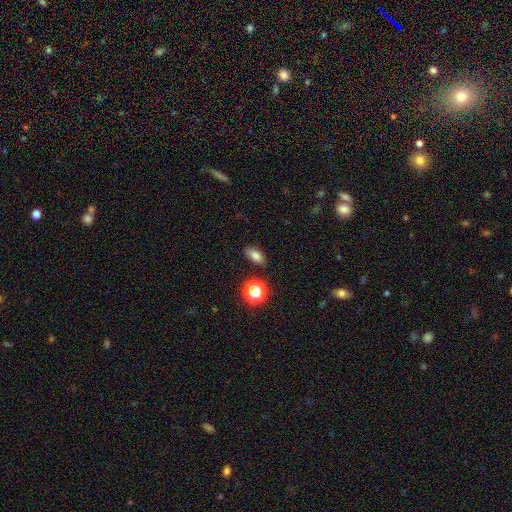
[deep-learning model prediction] This appears to be a smooth galaxy with no disk features (78%) that is in between round and cigar-shaped (80%). Merging: none (82%).